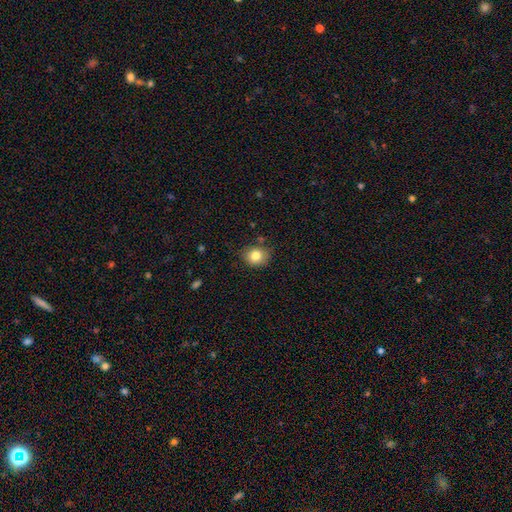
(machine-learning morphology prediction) Smooth or featured? smooth (81%)
How rounded? round (71%)
Merging? none (80%)